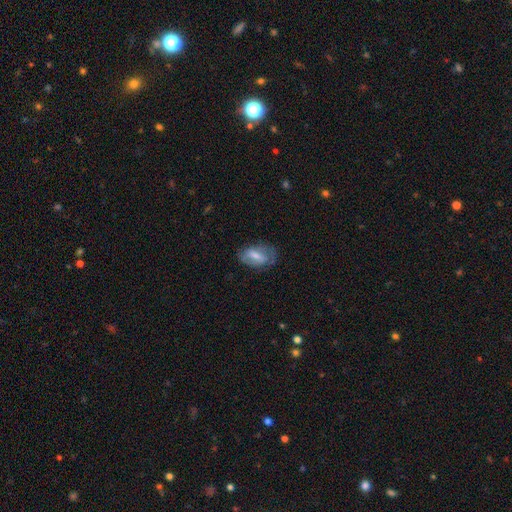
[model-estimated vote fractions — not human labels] Smooth or featured?
  - featured or disk: 52% *
  - smooth: 42%
  - star or artifact: 7%
Edge-on disk?
  - no: 93% *
  - yes: 7%
Merging?
  - none: 63% *
  - minor disturbance: 24%
  - major disturbance: 11%
  - merger: 1%